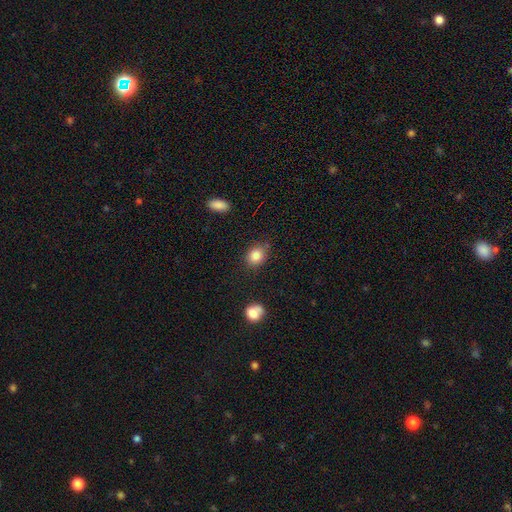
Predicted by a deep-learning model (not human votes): A smooth galaxy with no disk features (86%) that is round (56%). Merging: none (77%).